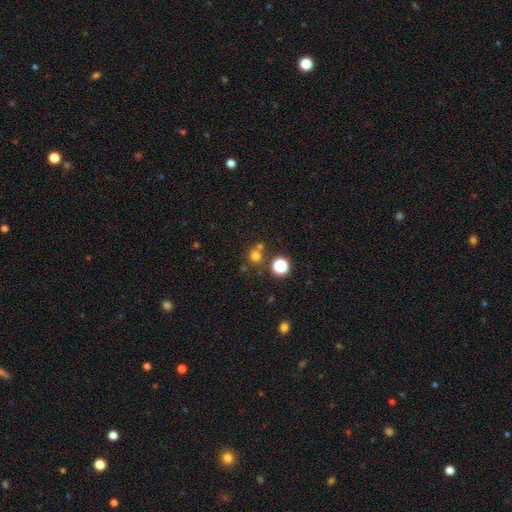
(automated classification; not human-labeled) Smooth or featured? smooth (70%)
How rounded? round (90%)
Merging? none (67%)